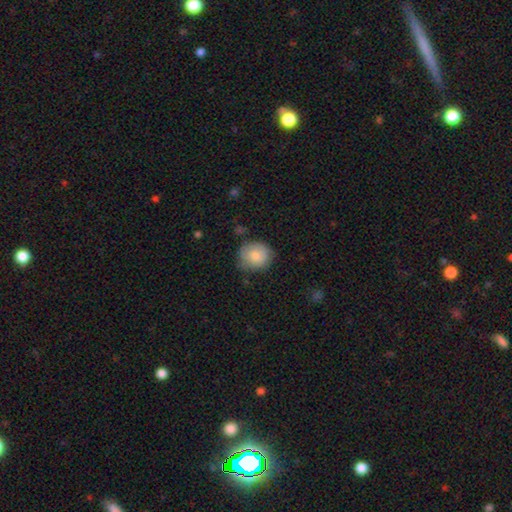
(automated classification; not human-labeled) smooth-or-featured: smooth: 81% | featured or disk: 12% | star or artifact: 7%
  how-rounded: round: 75% | in between: 24% | cigar-shaped: 1%
  merging: none: 70% | minor disturbance: 23% | major disturbance: 5% | merger: 2%